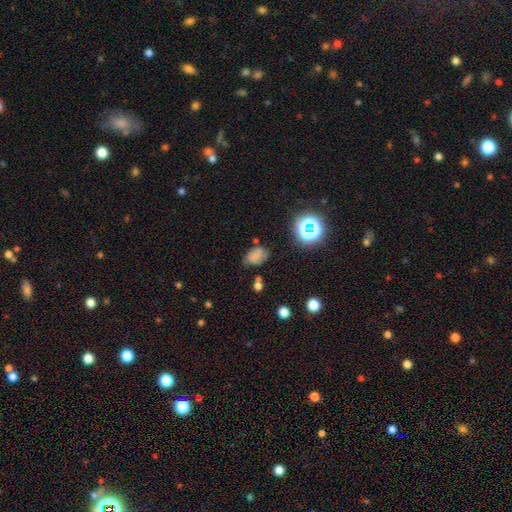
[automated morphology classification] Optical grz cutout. It shows a smooth galaxy with no disk features (63%) that is in between round and cigar-shaped (79%). Merging: none (56%).